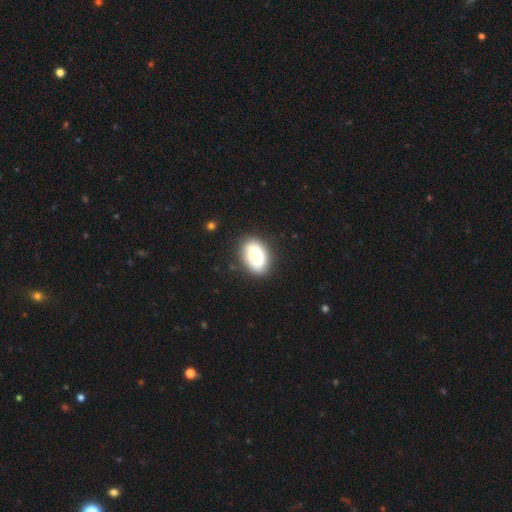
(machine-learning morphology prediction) The model was most divided on "smooth or featured": smooth: 77%, featured or disk: 15%, star or artifact: 8%. More confident: how rounded — in between (87%); merging — none (81%).